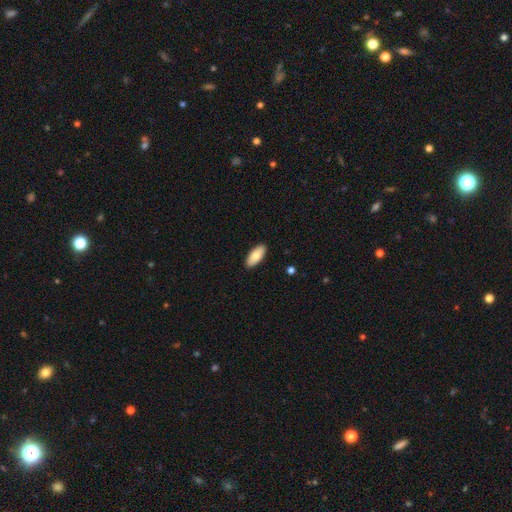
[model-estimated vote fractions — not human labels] Smooth or featured: smooth — 83% (featured or disk — 11%)
How rounded: in between — 86% (cigar-shaped — 12%)
Merging: none — 90% (minor disturbance — 7%)